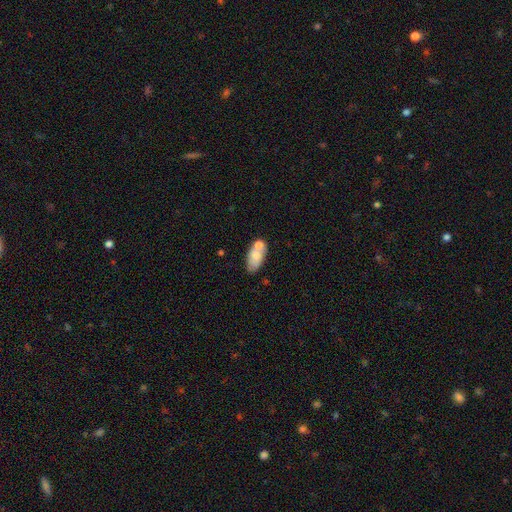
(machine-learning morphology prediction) type=smooth (69%); roundness=in between (90%); merging=none (44%).